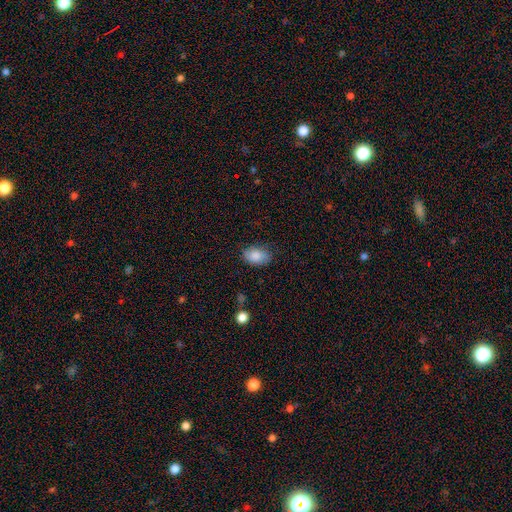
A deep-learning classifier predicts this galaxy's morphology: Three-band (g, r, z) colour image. It shows a smooth galaxy with no disk features (86%) that is in between round and cigar-shaped (87%). Merging: none (77%).